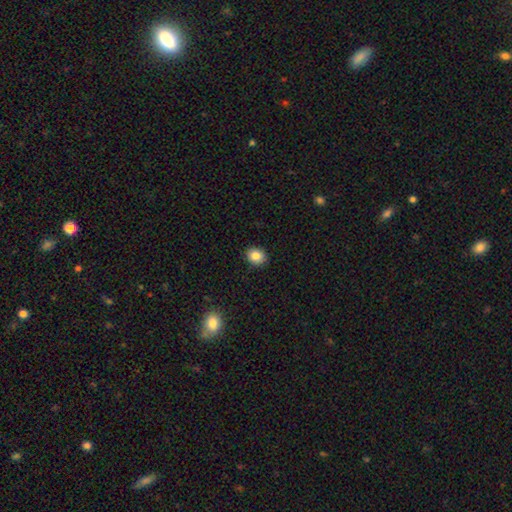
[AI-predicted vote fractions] The model was most divided on "how rounded": round: 64%, in between: 35%, cigar-shaped: 1%. More confident: merging — none (89%); smooth or featured — smooth (84%).